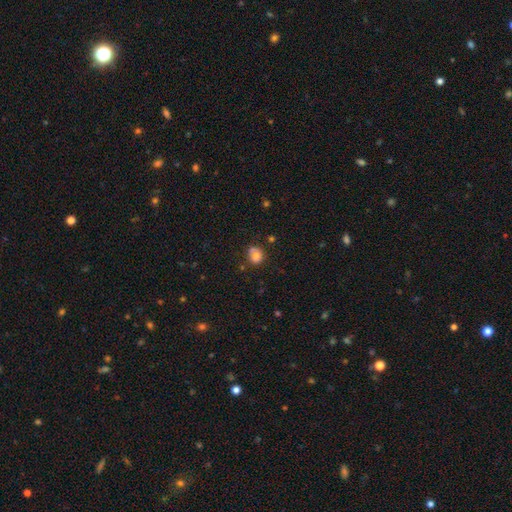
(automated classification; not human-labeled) A smooth galaxy with no disk features (73%) that is round (68%).

Vote fractions:
- Smooth or featured? smooth: 73% / featured or disk: 16% / star or artifact: 11%
- How rounded? round: 68% / in between: 31% / cigar-shaped: 1%
- Merging? none: 53% / minor disturbance: 23% / merger: 15% / major disturbance: 10%